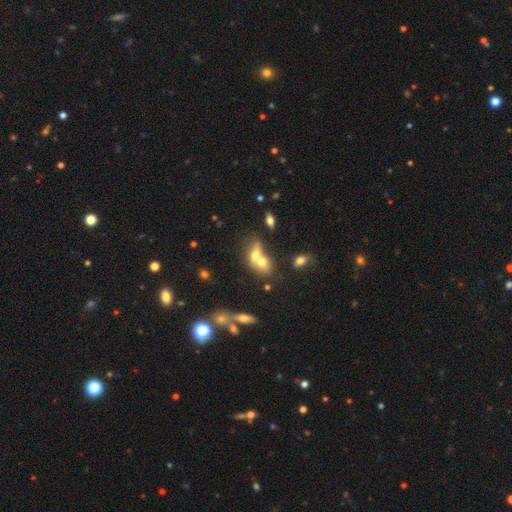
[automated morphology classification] This is likely a smooth galaxy (63%). How rounded: likely in between (64%). Merging: likely merger (69%).